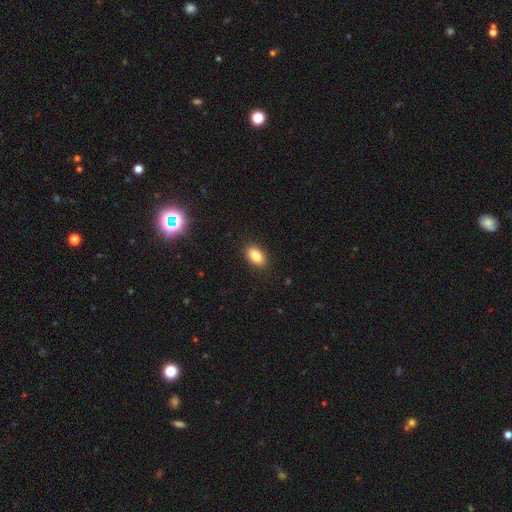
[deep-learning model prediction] smooth-or-featured: smooth: 85% | star or artifact: 8% | featured or disk: 7%
  how-rounded: in between: 89% | round: 9% | cigar-shaped: 2%
  merging: none: 89% | minor disturbance: 8% | major disturbance: 2% | merger: 1%